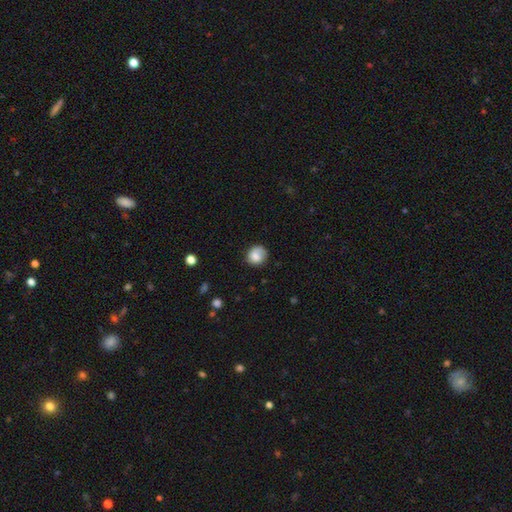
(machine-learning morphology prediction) Overall: smooth (77%). How rounded: round (81%). Merging: none (68%).